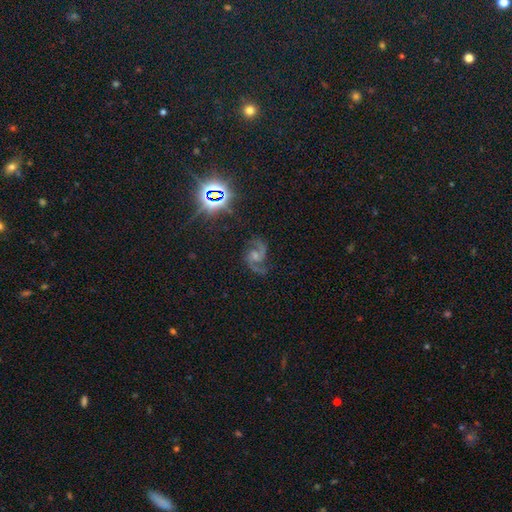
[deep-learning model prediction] featured or disk 80%, star or artifact 15%, smooth 5%. Down the decision tree: edge-on disk — no (98%); bar — no (57%); spiral arms — yes (97%); spiral arm count — 2 (91%); spiral winding — medium (56%); bulge size — small (45%); merging — none (72%).